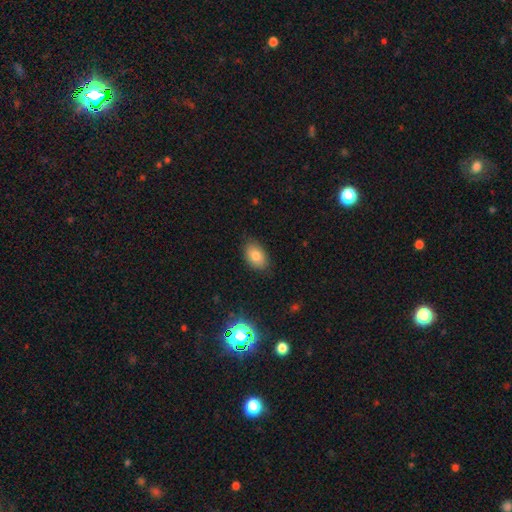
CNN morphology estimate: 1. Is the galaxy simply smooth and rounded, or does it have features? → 80% smooth, 10% featured or disk, 10% star or artifact.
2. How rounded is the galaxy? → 89% in between, 10% round, 1% cigar-shaped.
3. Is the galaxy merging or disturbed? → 83% none, 13% minor disturbance, 3% major disturbance, 1% merger.